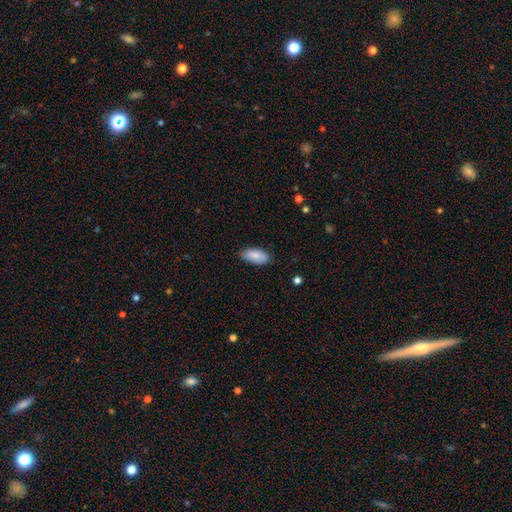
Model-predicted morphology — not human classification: smooth_or_featured: smooth (p=0.87) [alt: featured or disk p=0.07]
how_rounded: in between (p=0.90) [alt: cigar-shaped p=0.08]
merging: none (p=0.77) [alt: minor disturbance p=0.19]